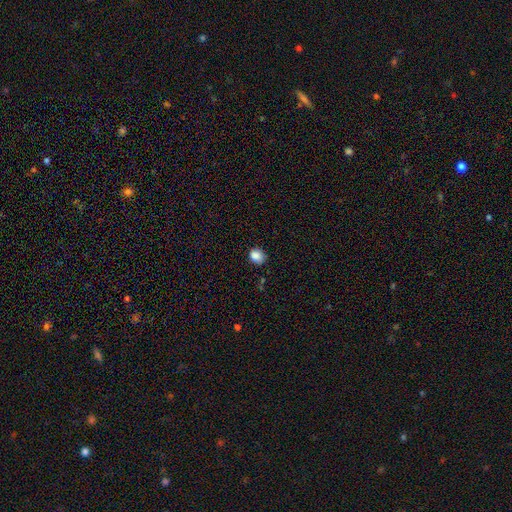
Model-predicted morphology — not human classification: This appears to be a smooth galaxy with no disk features (86%) that is round (65%). Merging: none (75%).